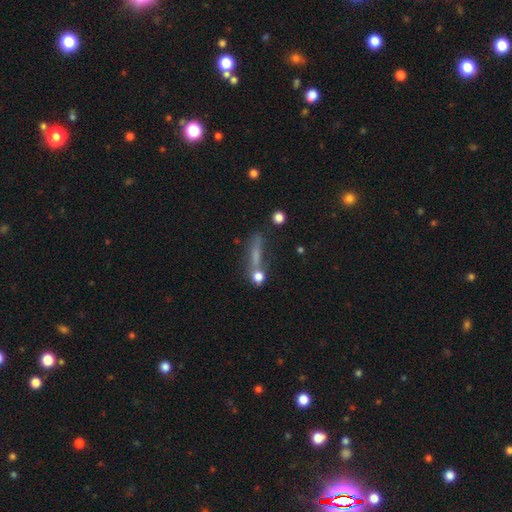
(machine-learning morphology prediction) type=smooth (51%); roundness=cigar-shaped (74%); merging=none (57%).